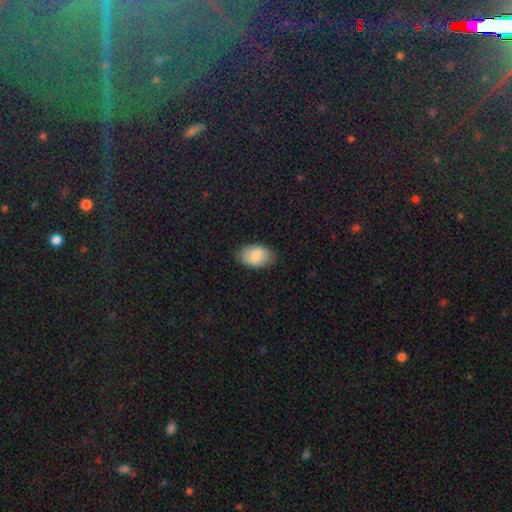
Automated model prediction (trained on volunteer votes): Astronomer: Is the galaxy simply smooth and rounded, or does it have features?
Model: smooth — 83%.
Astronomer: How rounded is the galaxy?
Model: in between — 91%.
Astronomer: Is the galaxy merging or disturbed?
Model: none — 83%.